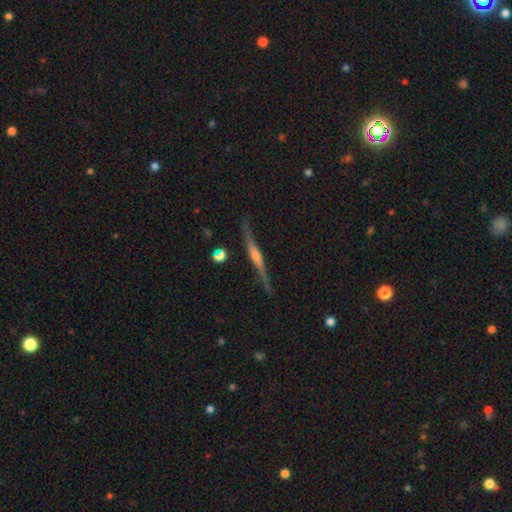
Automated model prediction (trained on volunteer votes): Smooth or featured? featured or disk (74%)
Edge-on disk? yes (97%)
Edge-on bulge? rounded (65%)
Merging? none (82%)